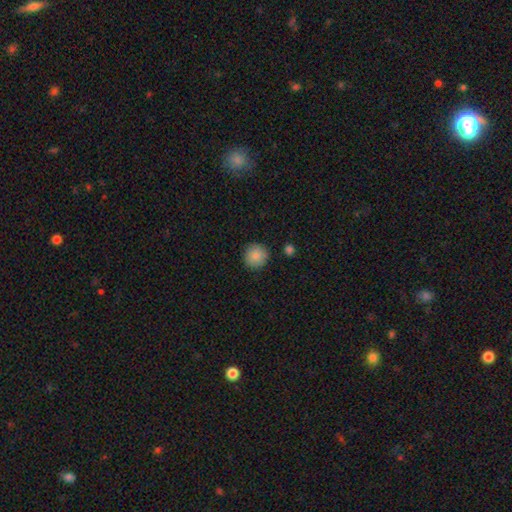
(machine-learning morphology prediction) Q: Smooth or featured?
A: smooth (87%); runner-up: star or artifact (8%)
Q: How rounded?
A: round (93%); runner-up: in between (6%)
Q: Merging?
A: none (88%); runner-up: minor disturbance (8%)